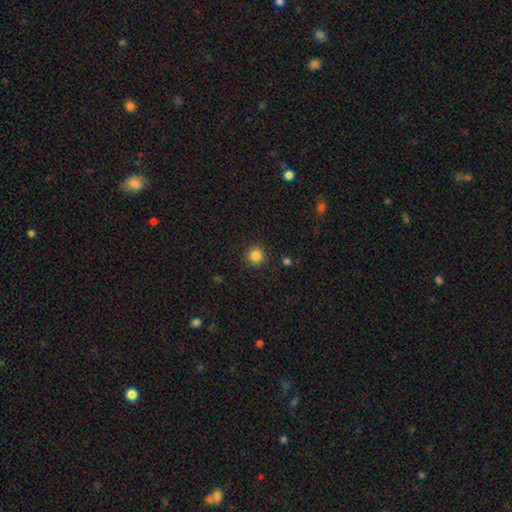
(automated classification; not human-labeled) A smooth galaxy with no disk features (84%) that is round (94%).

Vote fractions:
- Smooth or featured? smooth: 84% / star or artifact: 12% / featured or disk: 5%
- How rounded? round: 94% / in between: 5% / cigar-shaped: 1%
- Merging? none: 90% / minor disturbance: 6% / major disturbance: 2% / merger: 1%